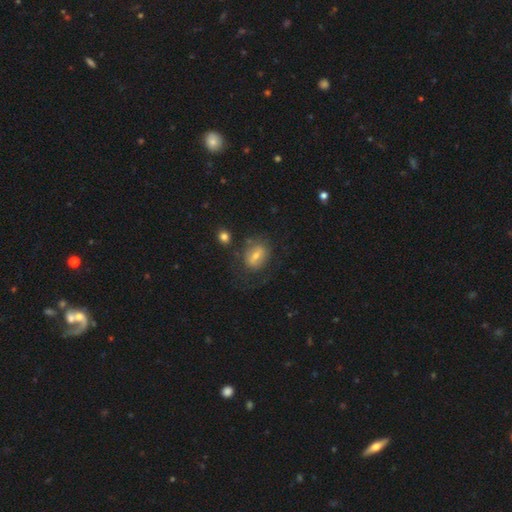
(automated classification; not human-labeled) Morphology: type=smooth (54%); roundness=in between (63%); merging=none (62%).